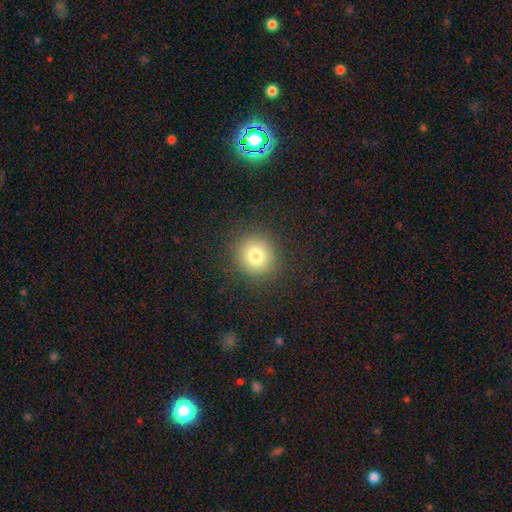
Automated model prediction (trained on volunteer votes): Smooth or featured: smooth — 79% (star or artifact — 13%)
How rounded: round — 92% (in between — 7%)
Merging: none — 89% (minor disturbance — 7%)